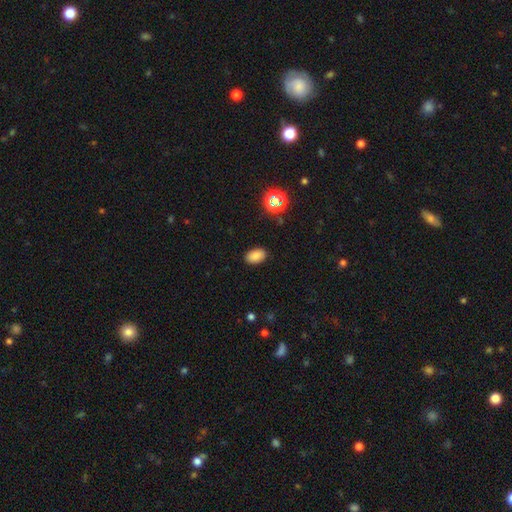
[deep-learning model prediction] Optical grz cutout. It shows a smooth galaxy with no disk features (82%) that is in between round and cigar-shaped (89%). Merging: none (88%).